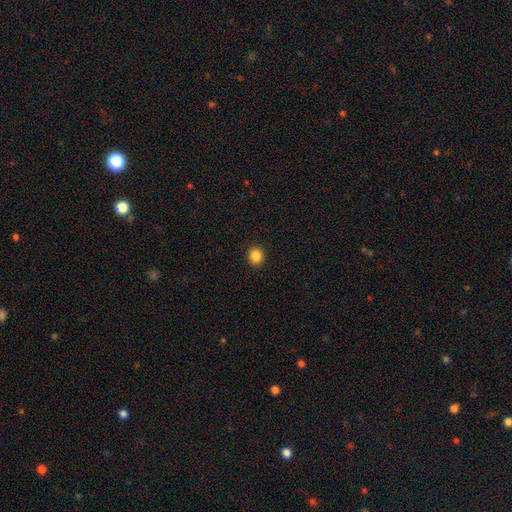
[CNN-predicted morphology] This appears to be a smooth galaxy with no disk features (86%) that is round (85%). Merging: none (92%).